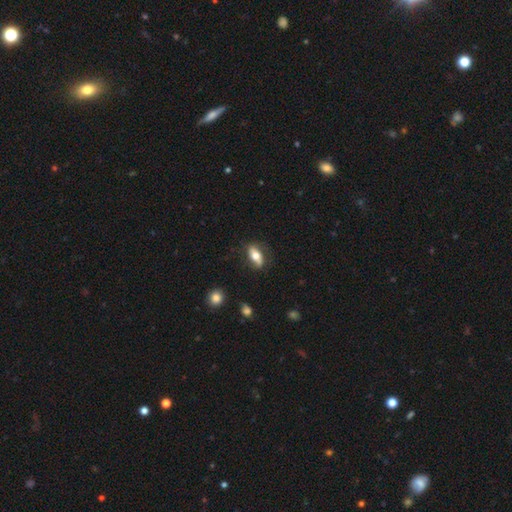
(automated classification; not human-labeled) Smooth or featured: smooth — 62% (featured or disk — 32%)
How rounded: in between — 77% (cigar-shaped — 18%)
Merging: none — 75% (minor disturbance — 17%)